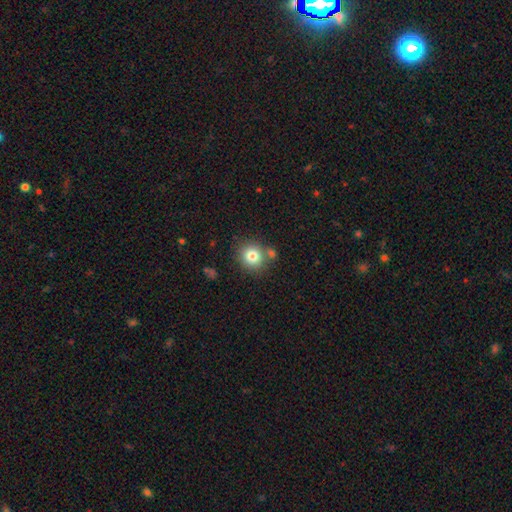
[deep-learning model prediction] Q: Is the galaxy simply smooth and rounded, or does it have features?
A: smooth — 79%.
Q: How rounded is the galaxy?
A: round — 86%.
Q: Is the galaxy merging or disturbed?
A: none — 74%.